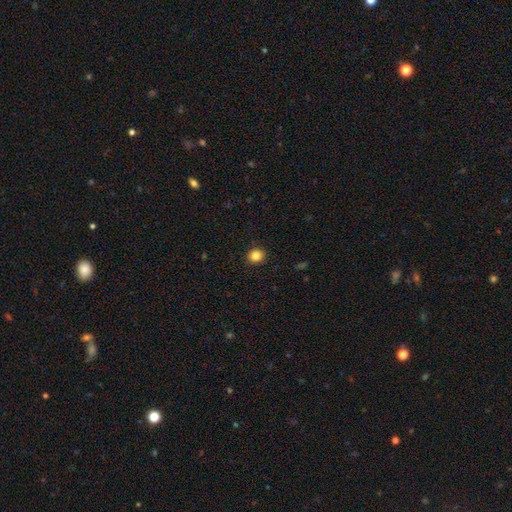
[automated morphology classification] This appears to be a smooth galaxy with no disk features (84%) that is round (77%). Merging: none (91%).